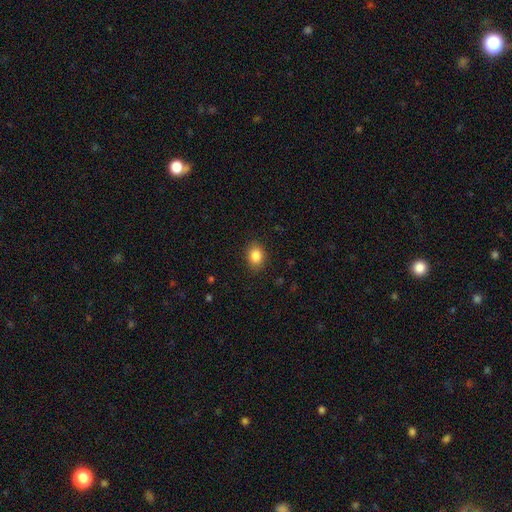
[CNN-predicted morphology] The model was most divided on "how rounded": in between: 52%, round: 47%, cigar-shaped: 1%. More confident: merging — none (88%); smooth or featured — smooth (86%).